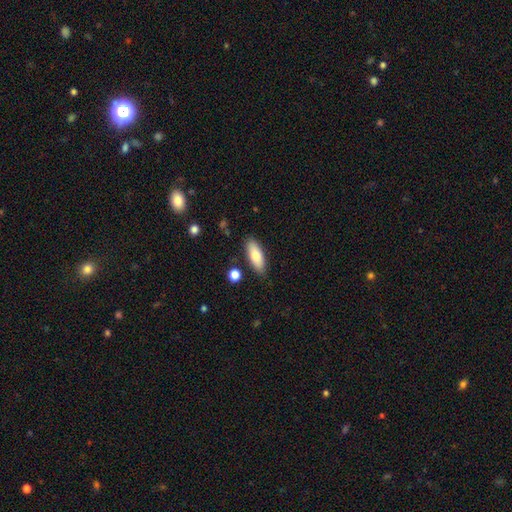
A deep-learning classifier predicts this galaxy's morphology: The model was most divided on "how rounded": in between: 71%, cigar-shaped: 27%, round: 2%. More confident: merging — none (85%); smooth or featured — smooth (79%).